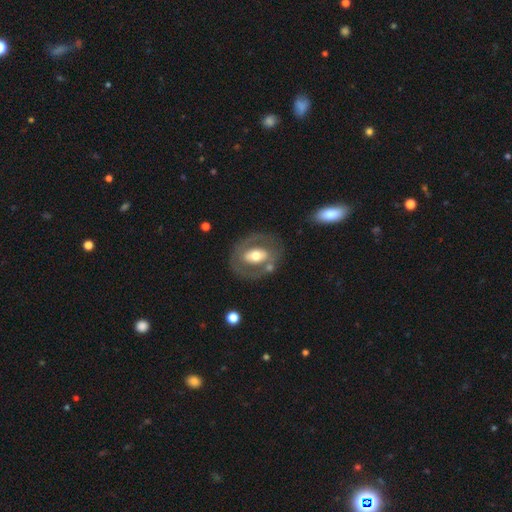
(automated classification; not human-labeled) This is possibly a featured or disk galaxy (59%). It is clearly not viewed edge-on (93%). Bar: possibly no (52%). Spiral arm pattern: likely no (79%). Central bulge: likely moderate (65%). Merging: likely none (72%).